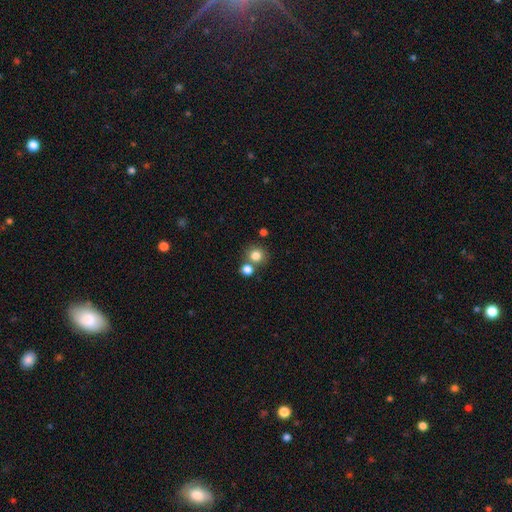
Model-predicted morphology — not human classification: A smooth galaxy with no disk features (80%) that is round (89%). Merging: none (65%).